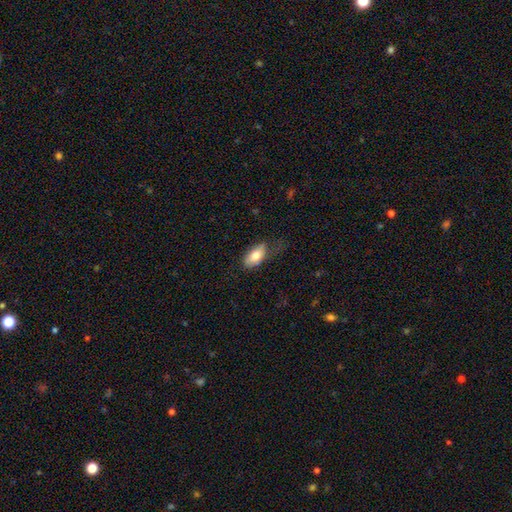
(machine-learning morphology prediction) smooth 77%, featured or disk 16%, star or artifact 6%. Down the decision tree: how rounded — in between (90%); merging — none (51%).